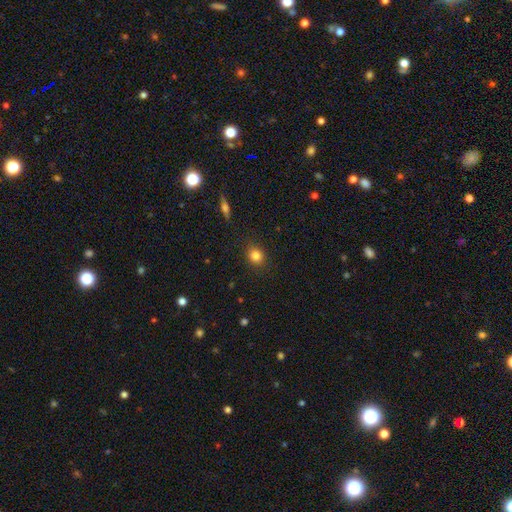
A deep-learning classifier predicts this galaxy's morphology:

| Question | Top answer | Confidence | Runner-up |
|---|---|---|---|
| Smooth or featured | smooth | 83% | star or artifact (11%) |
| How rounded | round | 74% | in between (24%) |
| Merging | none | 88% | minor disturbance (8%) |